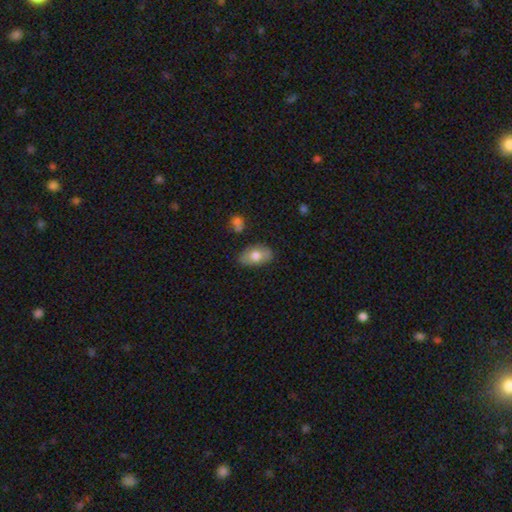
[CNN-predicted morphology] smooth-or-featured: smooth: 73% | featured or disk: 20% | star or artifact: 7%
  how-rounded: in between: 91% | round: 7% | cigar-shaped: 2%
  merging: none: 78% | minor disturbance: 17% | major disturbance: 3% | merger: 2%